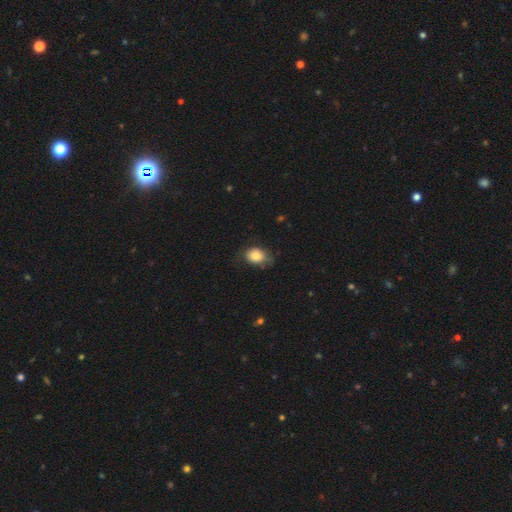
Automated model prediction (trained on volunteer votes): A smooth galaxy with no disk features (82%) that is in between round and cigar-shaped (59%).

Vote fractions:
- Smooth or featured? smooth: 82% / featured or disk: 9% / star or artifact: 8%
- How rounded? in between: 59% / round: 40% / cigar-shaped: 1%
- Merging? none: 60% / minor disturbance: 30% / major disturbance: 8% / merger: 2%